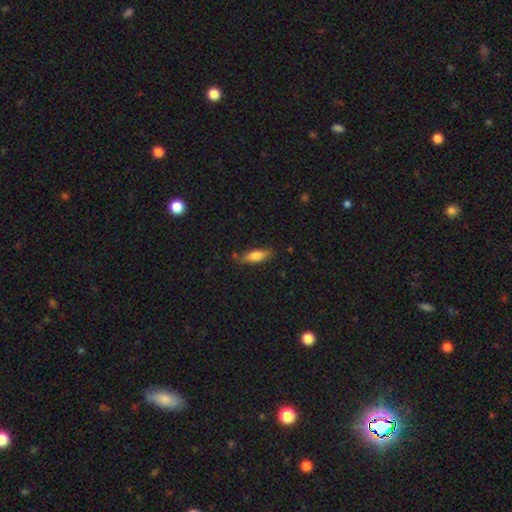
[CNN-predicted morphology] A smooth galaxy with no disk features (72%) that is cigar-shaped (50%).

Vote fractions:
- Smooth or featured? smooth: 72% / featured or disk: 21% / star or artifact: 7%
- How rounded? cigar-shaped: 50% / in between: 48% / round: 2%
- Merging? none: 81% / minor disturbance: 14% / major disturbance: 3% / merger: 2%